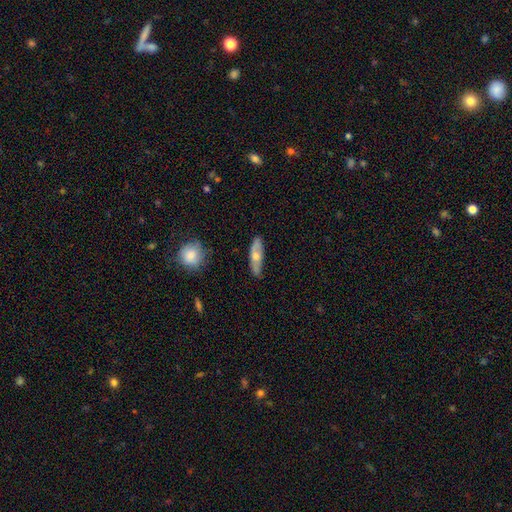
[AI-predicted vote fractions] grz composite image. It shows a smooth galaxy with no disk features (50%). Merging: none (81%).